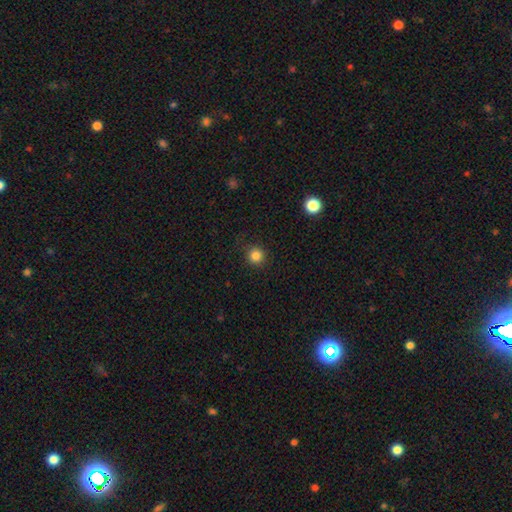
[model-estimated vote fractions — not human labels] Smooth or featured? smooth (84%)
How rounded? round (94%)
Merging? none (88%)